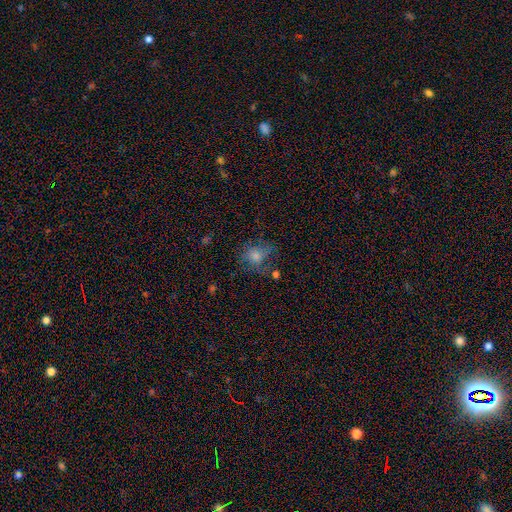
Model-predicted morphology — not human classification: A smooth galaxy with no disk features (54%) that is round (62%). Merging: none (51%).